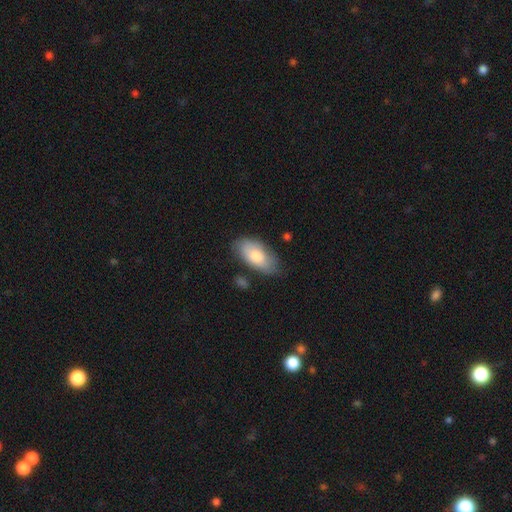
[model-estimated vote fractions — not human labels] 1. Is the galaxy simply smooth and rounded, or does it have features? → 74% smooth, 20% featured or disk, 6% star or artifact.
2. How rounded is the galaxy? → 93% in between, 4% cigar-shaped, 3% round.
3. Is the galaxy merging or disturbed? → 71% none, 22% minor disturbance, 4% major disturbance, 3% merger.